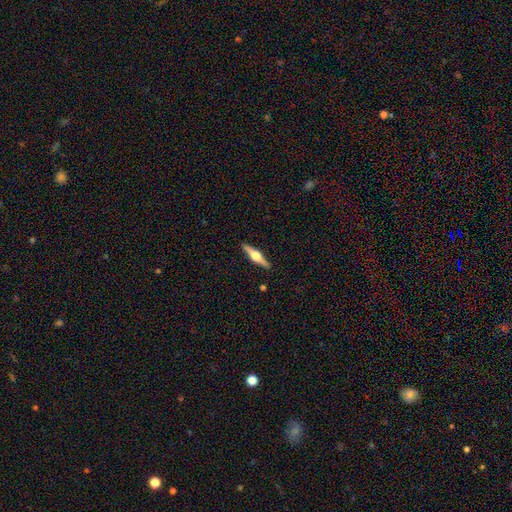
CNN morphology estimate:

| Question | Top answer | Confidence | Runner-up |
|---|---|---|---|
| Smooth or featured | featured or disk | 75% | smooth (20%) |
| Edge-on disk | yes | 98% | no (2%) |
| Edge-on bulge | rounded | 95% | boxy (3%) |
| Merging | none | 91% | minor disturbance (6%) |